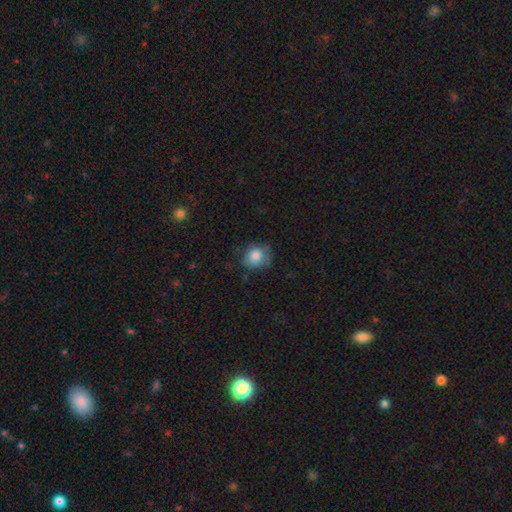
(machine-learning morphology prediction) type=smooth (79%); roundness=round (70%); merging=none (62%).